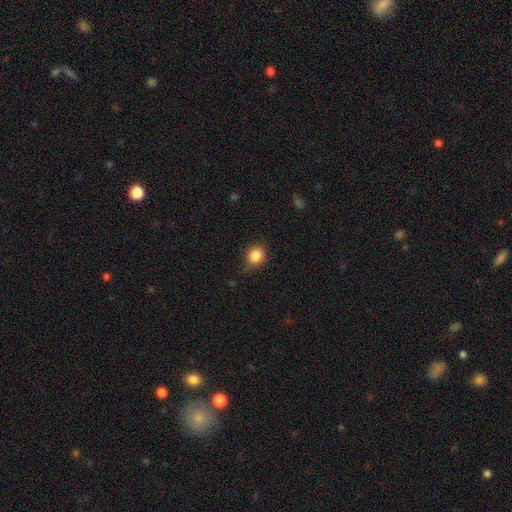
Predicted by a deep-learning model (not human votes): Q: Smooth or featured?
A: smooth (85%); runner-up: star or artifact (10%)
Q: How rounded?
A: round (80%); runner-up: in between (19%)
Q: Merging?
A: none (69%); runner-up: minor disturbance (25%)